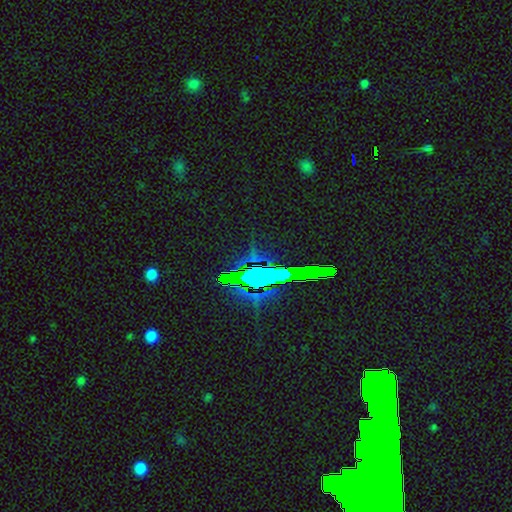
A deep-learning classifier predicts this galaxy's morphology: The model was most divided on "smooth or featured": star or artifact: 77%, featured or disk: 12%, smooth: 11%.